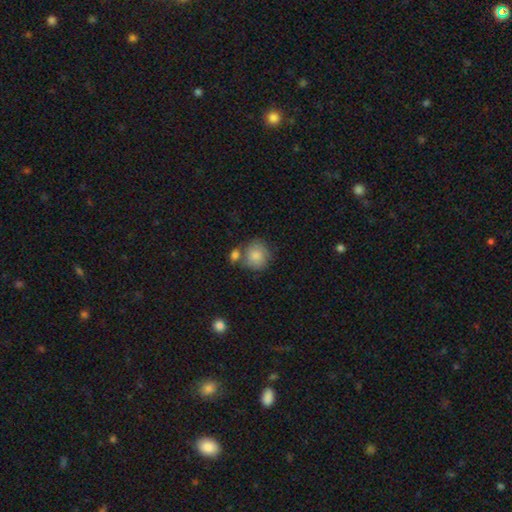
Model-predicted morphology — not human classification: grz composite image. It shows a smooth galaxy with no disk features (84%) that is round (82%). Merging: none (56%).